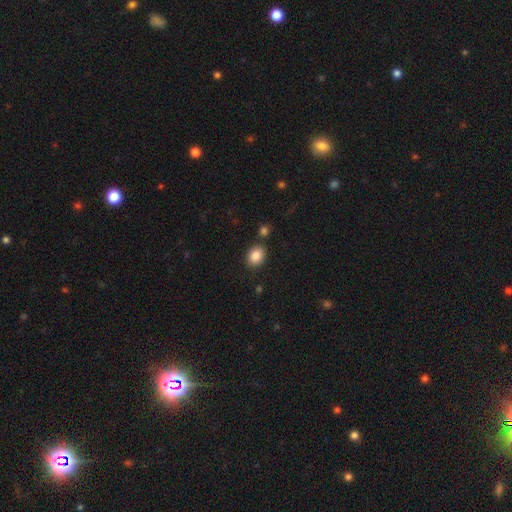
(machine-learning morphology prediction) This appears to be a smooth galaxy with no disk features (87%) that is in between round and cigar-shaped (56%). Merging: none (79%).